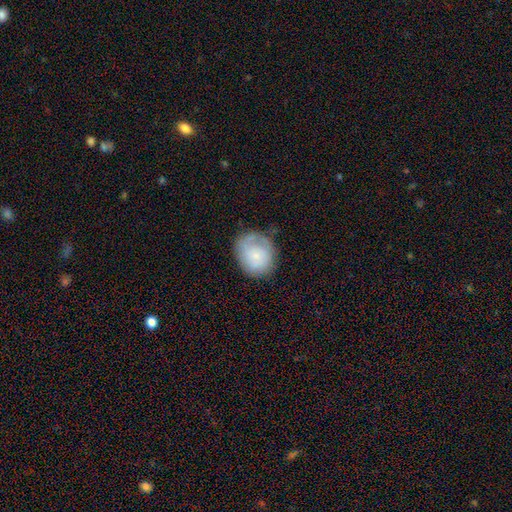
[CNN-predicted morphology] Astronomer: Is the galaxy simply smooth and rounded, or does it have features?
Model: smooth — 64%.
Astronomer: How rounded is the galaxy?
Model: round — 67%.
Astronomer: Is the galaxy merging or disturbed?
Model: none — 63%.